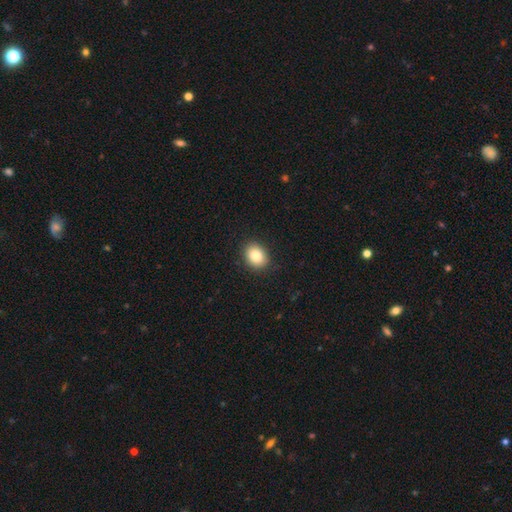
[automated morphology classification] Smooth or featured: smooth — 86% (star or artifact — 8%)
How rounded: in between — 60% (round — 39%)
Merging: none — 88% (minor disturbance — 8%)